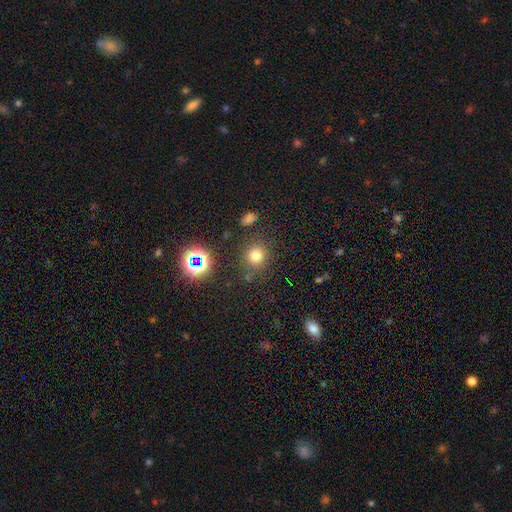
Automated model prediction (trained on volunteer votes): smooth-or-featured: smooth: 71% | star or artifact: 22% | featured or disk: 7%
  how-rounded: round: 89% | in between: 10% | cigar-shaped: 1%
  merging: none: 83% | minor disturbance: 9% | major disturbance: 4% | merger: 4%